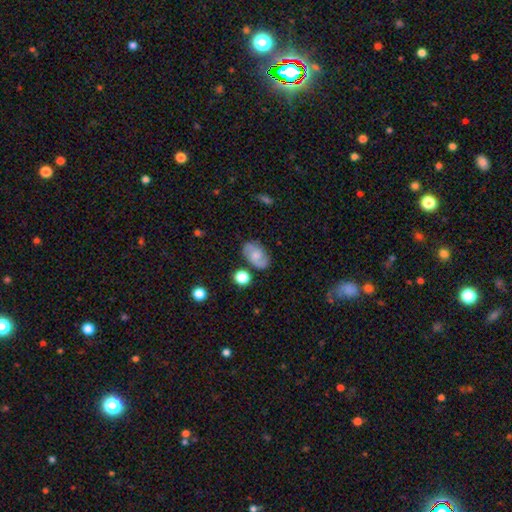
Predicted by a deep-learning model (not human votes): Q: Smooth or featured?
A: featured or disk (54%); runner-up: smooth (37%)
Q: Edge-on disk?
A: no (96%); runner-up: yes (4%)
Q: Bar?
A: no (58%); runner-up: weak (35%)
Q: Spiral arms?
A: yes (87%); runner-up: no (13%)
Q: Bulge size?
A: small (42%); runner-up: moderate (33%)
Q: Merging?
A: none (75%); runner-up: minor disturbance (16%)